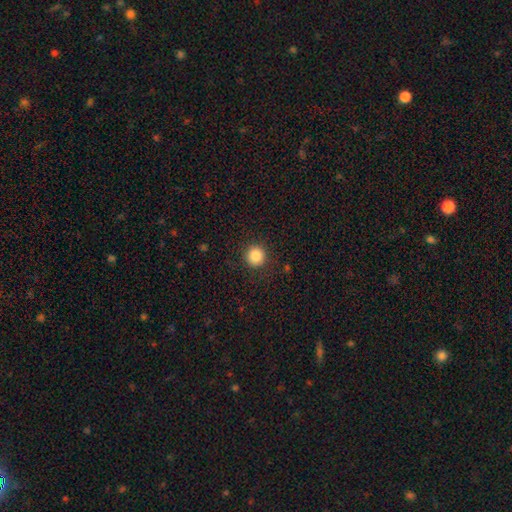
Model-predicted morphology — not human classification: A smooth galaxy with no disk features (85%) that is round (93%).

Vote fractions:
- Smooth or featured? smooth: 85% / star or artifact: 10% / featured or disk: 5%
- How rounded? round: 93% / in between: 6% / cigar-shaped: 1%
- Merging? none: 90% / minor disturbance: 6% / major disturbance: 3% / merger: 1%